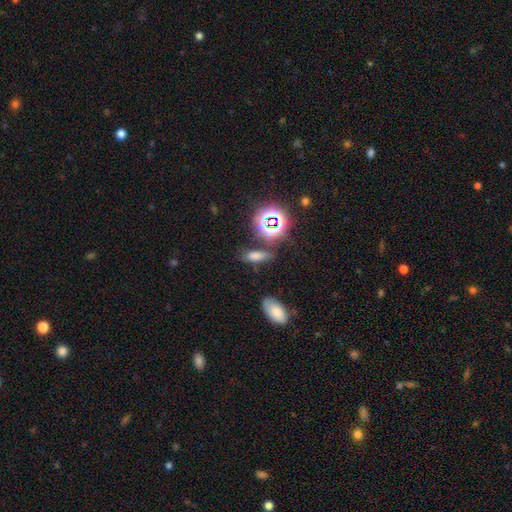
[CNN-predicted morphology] Smooth or featured? smooth (66%)
How rounded? in between (64%)
Merging? none (68%)